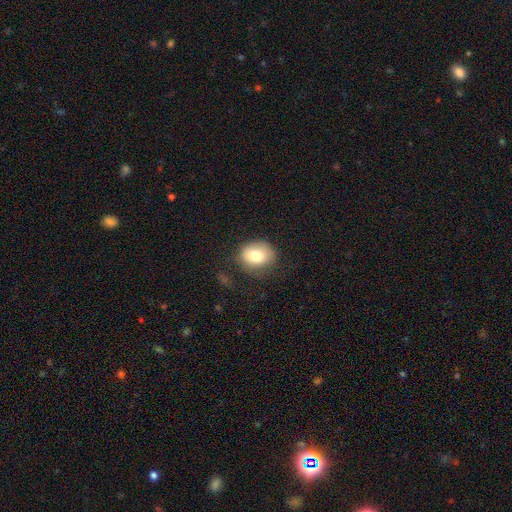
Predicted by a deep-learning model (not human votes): Smooth or featured?
  - smooth: 78% *
  - featured or disk: 13%
  - star or artifact: 9%
How rounded?
  - round: 60% *
  - in between: 39%
  - cigar-shaped: 1%
Merging?
  - none: 68% *
  - minor disturbance: 21%
  - major disturbance: 10%
  - merger: 2%